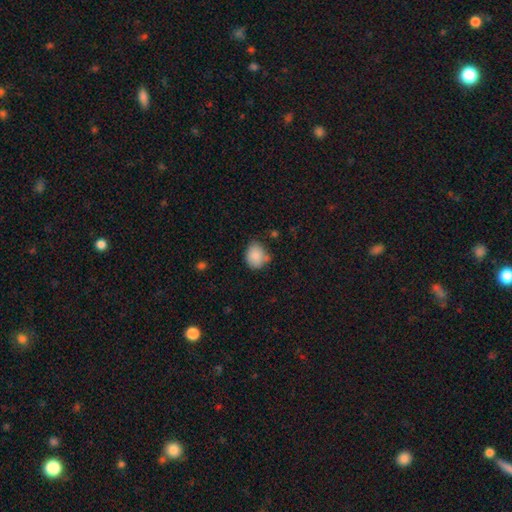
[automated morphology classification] Smooth or featured? smooth (86%)
How rounded? round (56%)
Merging? none (60%)